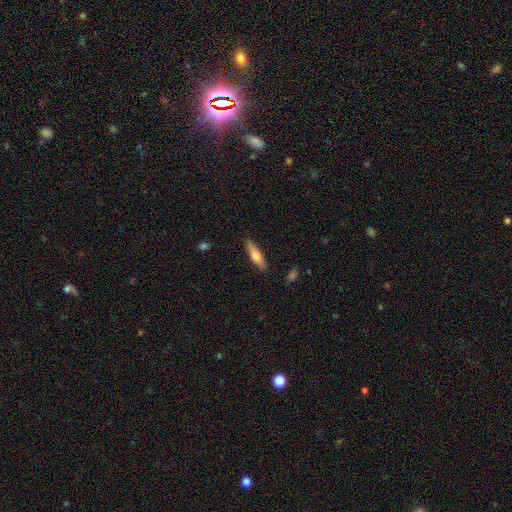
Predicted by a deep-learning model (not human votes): smooth-or-featured: smooth: 65% | featured or disk: 29% | star or artifact: 6%
  how-rounded: cigar-shaped: 72% | in between: 26% | round: 2%
  merging: none: 87% | minor disturbance: 10% | major disturbance: 2% | merger: 1%